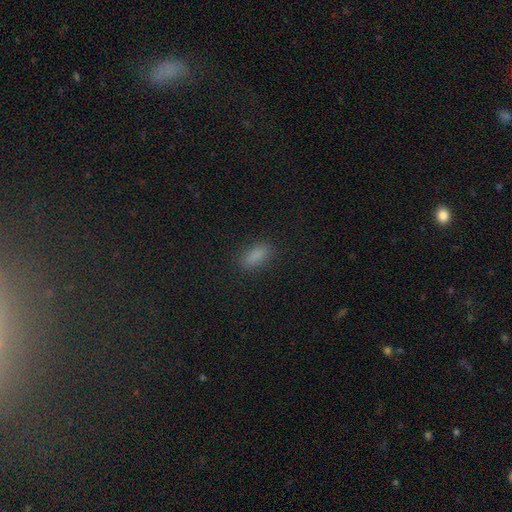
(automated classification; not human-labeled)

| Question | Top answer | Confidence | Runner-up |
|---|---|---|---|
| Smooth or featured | smooth | 85% | star or artifact (11%) |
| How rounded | in between | 83% | cigar-shaped (13%) |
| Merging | none | 87% | minor disturbance (10%) |